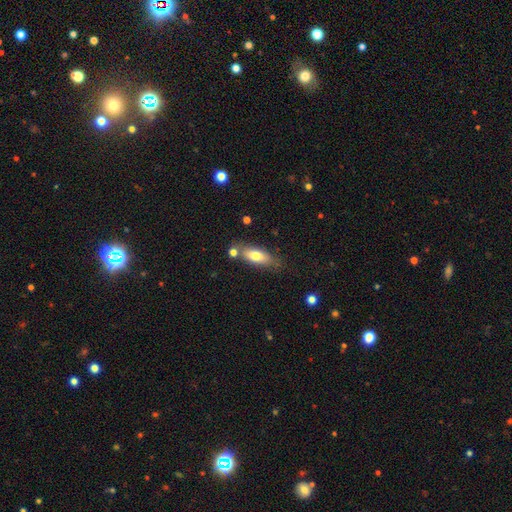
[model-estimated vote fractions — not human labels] A smooth galaxy with no disk features (72%) that is in between round and cigar-shaped (69%).

Vote fractions:
- Smooth or featured? smooth: 72% / featured or disk: 21% / star or artifact: 7%
- How rounded? in between: 69% / cigar-shaped: 29% / round: 3%
- Merging? none: 66% / minor disturbance: 17% / merger: 12% / major disturbance: 4%